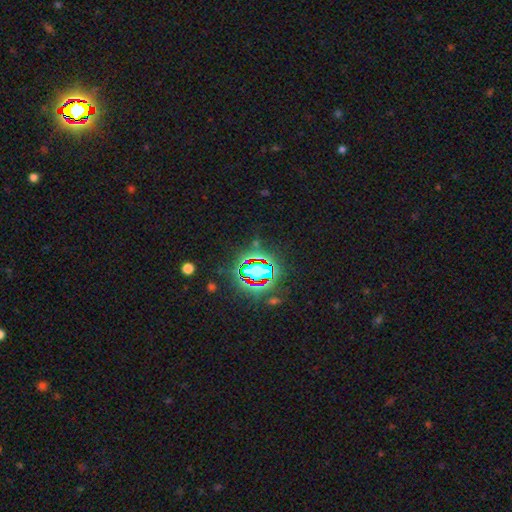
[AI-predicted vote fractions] This appears to be a star or artifact, not a galaxy (84%).